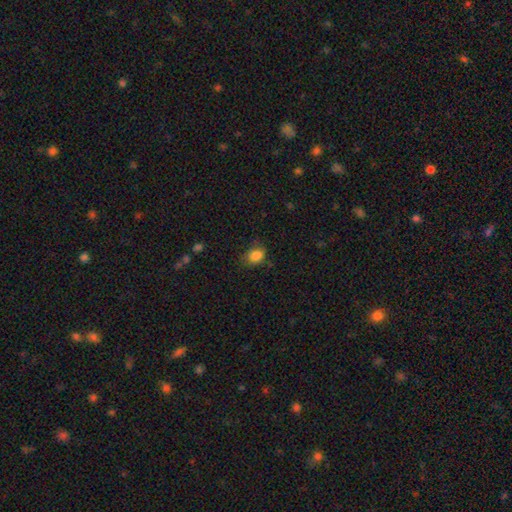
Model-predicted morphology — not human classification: This appears to be a smooth galaxy with no disk features (84%) that is in between round and cigar-shaped (65%). Merging: none (64%).